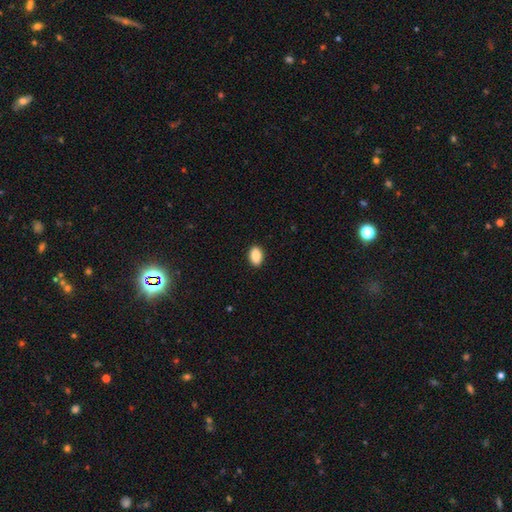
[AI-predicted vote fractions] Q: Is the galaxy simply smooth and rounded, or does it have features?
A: smooth — 90%.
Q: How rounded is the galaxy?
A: in between — 88%.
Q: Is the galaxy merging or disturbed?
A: none — 91%.